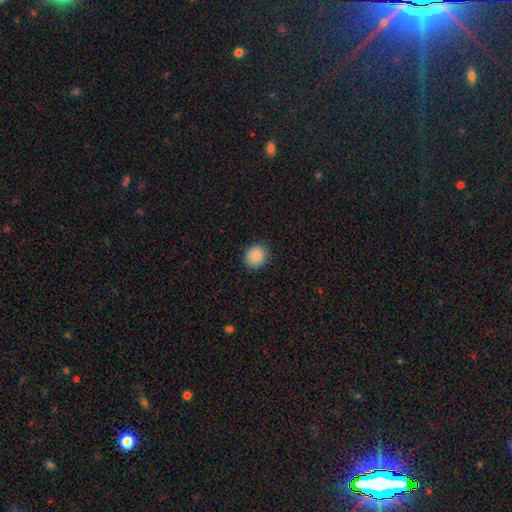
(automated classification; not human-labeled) The model was most divided on "how rounded": round: 79%, in between: 20%, cigar-shaped: 1%. More confident: merging — none (89%); smooth or featured — smooth (86%).